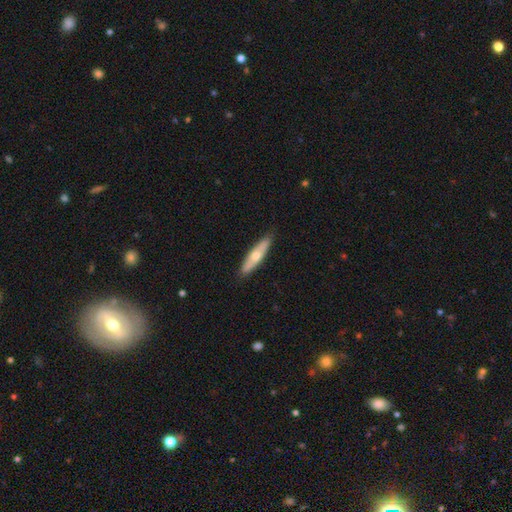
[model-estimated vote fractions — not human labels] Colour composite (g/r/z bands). It shows a smooth galaxy with no disk features (52%) that is cigar-shaped (75%). Merging: none (87%).